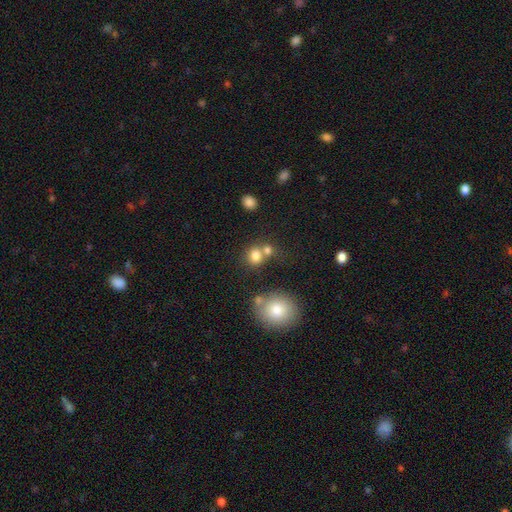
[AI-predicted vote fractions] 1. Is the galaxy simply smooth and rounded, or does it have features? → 78% smooth, 13% star or artifact, 9% featured or disk.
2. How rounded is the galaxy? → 75% round, 24% in between, 1% cigar-shaped.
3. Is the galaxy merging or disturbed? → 48% none, 38% merger, 10% minor disturbance, 4% major disturbance.